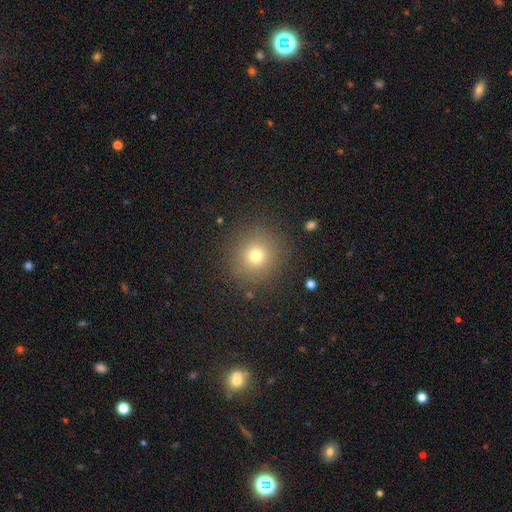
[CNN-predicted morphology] type=smooth (73%); roundness=round (91%); merging=none (88%).